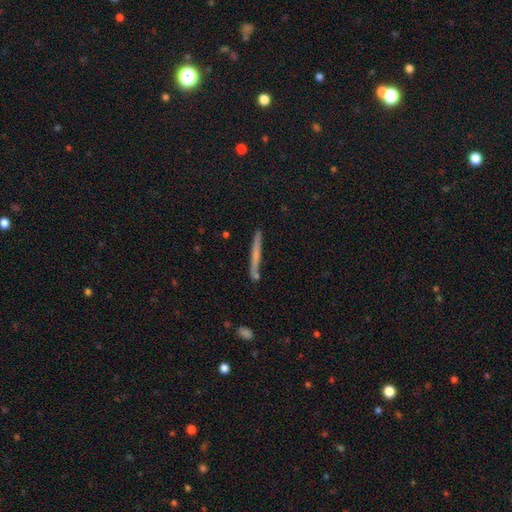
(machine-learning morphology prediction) Q: Smooth or featured?
A: smooth (49%); runner-up: featured or disk (43%)
Q: Merging?
A: none (86%); runner-up: minor disturbance (9%)